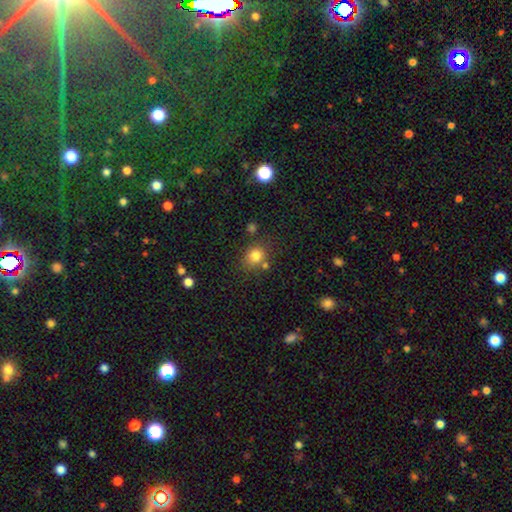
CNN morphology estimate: type=smooth (79%); roundness=round (74%); merging=none (71%).